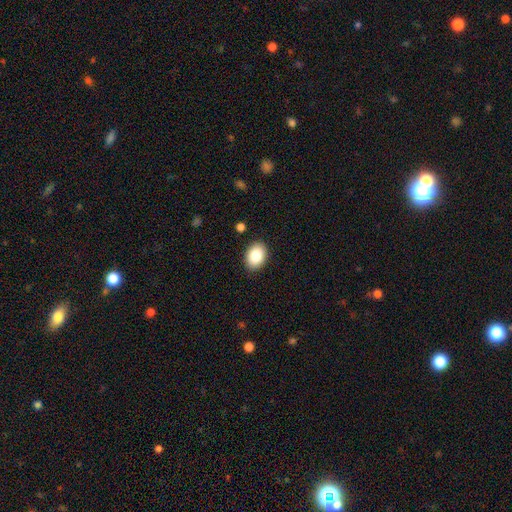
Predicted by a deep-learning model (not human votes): A smooth galaxy with no disk features (86%) that is in between round and cigar-shaped (77%). Merging: none (89%).